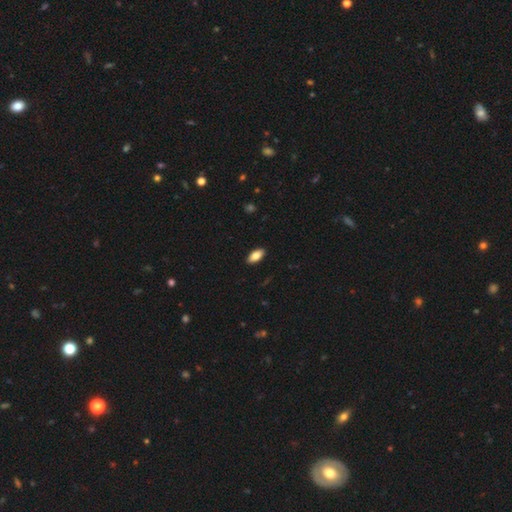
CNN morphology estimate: The model was most divided on "smooth or featured": smooth: 82%, featured or disk: 12%, star or artifact: 7%. More confident: merging — none (90%); how rounded — in between (90%).